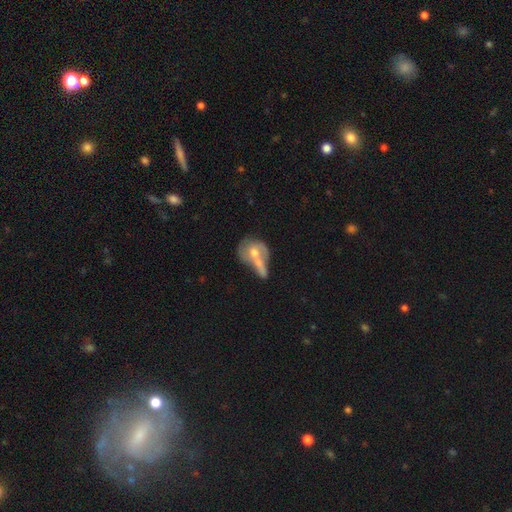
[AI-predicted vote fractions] smooth 51%, featured or disk 41%, star or artifact 8%. Down the decision tree: how rounded — in between (48%); merging — merger (57%).